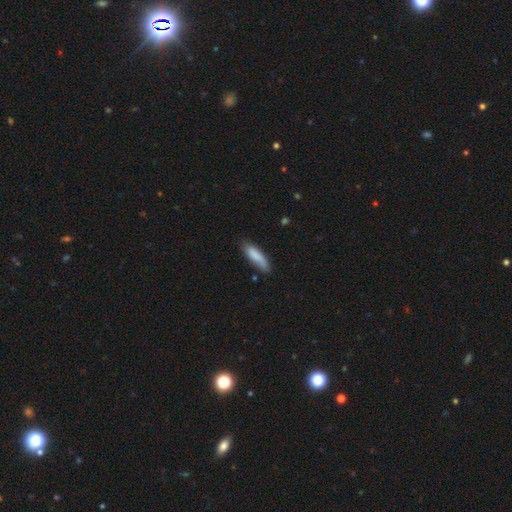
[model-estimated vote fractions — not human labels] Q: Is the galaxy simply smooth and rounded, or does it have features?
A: smooth — 83%.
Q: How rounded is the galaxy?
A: cigar-shaped — 61%.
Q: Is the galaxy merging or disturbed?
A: none — 69%.